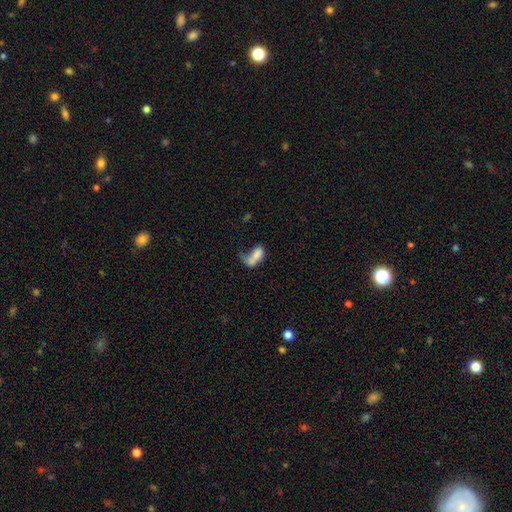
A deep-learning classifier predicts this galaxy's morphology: smooth_or_featured: smooth (p=0.67) [alt: featured or disk p=0.23]
how_rounded: in between (p=0.84) [alt: round p=0.09]
merging: merger (p=0.45) [alt: major disturbance p=0.26]